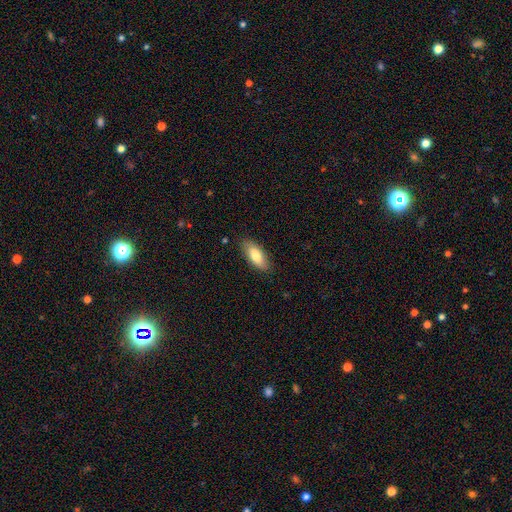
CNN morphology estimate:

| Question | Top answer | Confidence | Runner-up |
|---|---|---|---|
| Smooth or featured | smooth | 78% | featured or disk (15%) |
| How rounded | in between | 81% | cigar-shaped (17%) |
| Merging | none | 84% | minor disturbance (13%) |